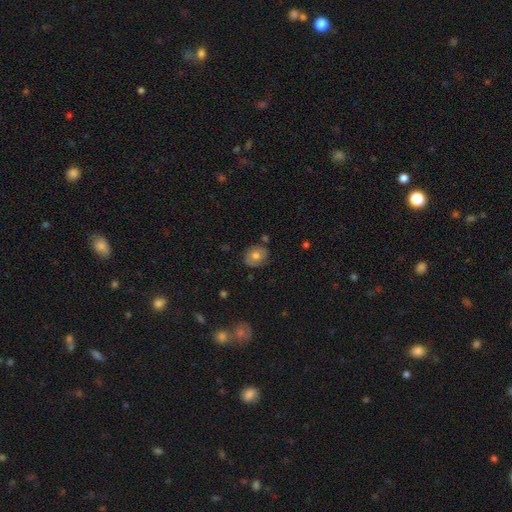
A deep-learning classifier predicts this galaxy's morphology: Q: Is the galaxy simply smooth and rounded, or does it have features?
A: smooth — 67%.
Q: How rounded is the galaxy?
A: round — 72%.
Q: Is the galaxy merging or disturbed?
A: none — 79%.